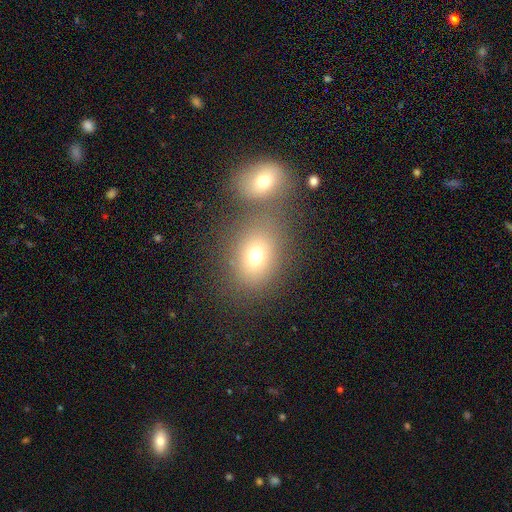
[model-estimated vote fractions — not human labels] Morphology: type=smooth (74%); roundness=in between (55%); merging=none (59%).